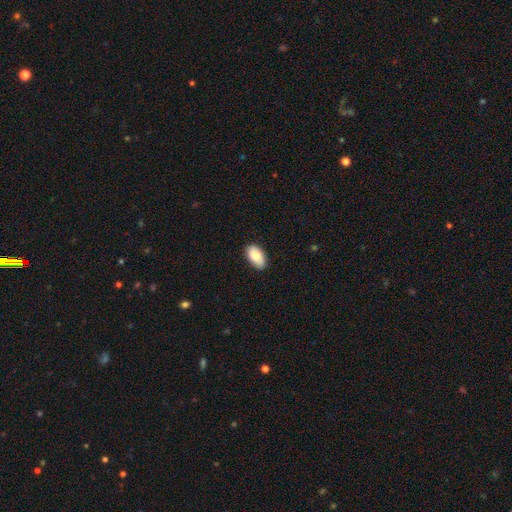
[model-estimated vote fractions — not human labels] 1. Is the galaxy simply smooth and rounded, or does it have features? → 83% smooth, 11% featured or disk, 6% star or artifact.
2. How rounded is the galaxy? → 94% in between, 4% round, 2% cigar-shaped.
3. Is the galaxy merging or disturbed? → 85% none, 12% minor disturbance, 2% major disturbance, 1% merger.